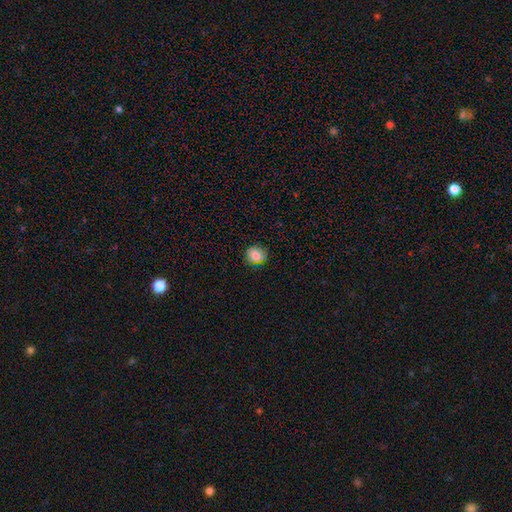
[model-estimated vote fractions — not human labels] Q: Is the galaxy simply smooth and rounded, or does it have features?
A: smooth — 82%.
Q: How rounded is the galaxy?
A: round — 80%.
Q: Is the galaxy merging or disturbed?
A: none — 84%.